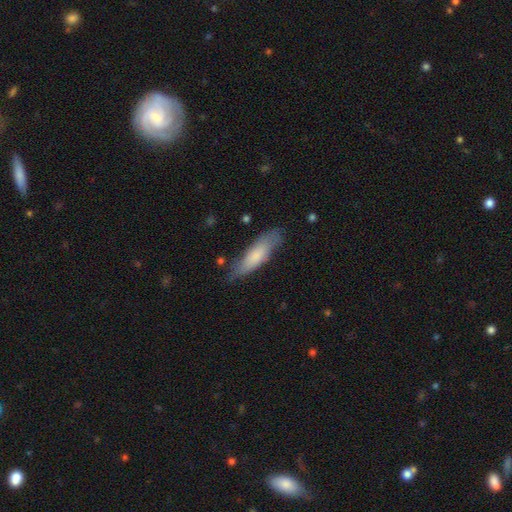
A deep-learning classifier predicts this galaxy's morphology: type=smooth (70%); roundness=cigar-shaped (63%); merging=none (74%).